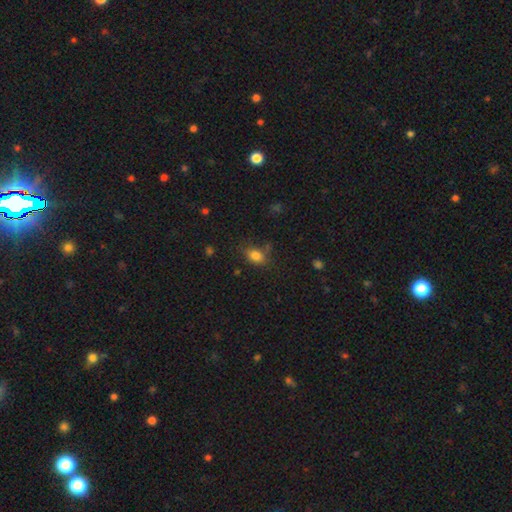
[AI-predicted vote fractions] smooth 82%, star or artifact 11%, featured or disk 7%. Down the decision tree: how rounded — in between (78%); merging — none (69%).